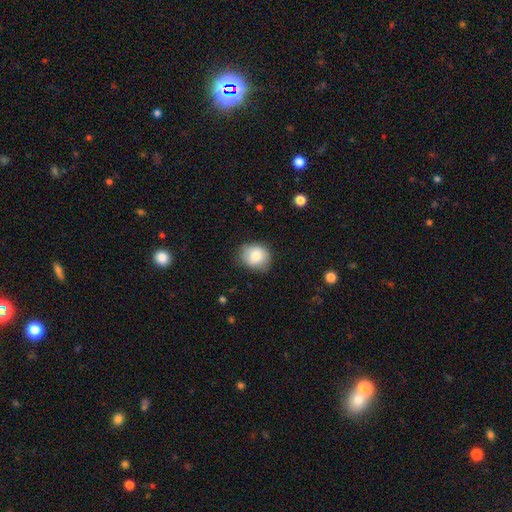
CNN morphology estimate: This is clearly a smooth galaxy (81%). How rounded: likely round (66%). Merging: likely none (77%).